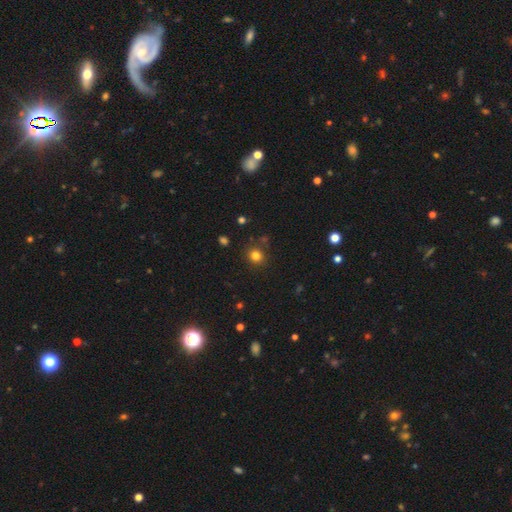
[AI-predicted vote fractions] Overall: smooth (79%). How rounded: round (85%). Merging: none (84%).